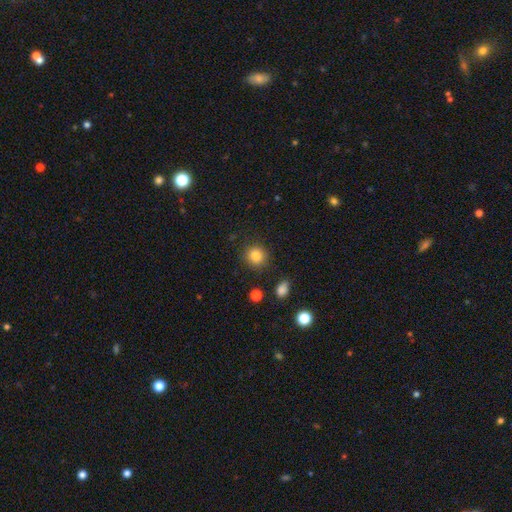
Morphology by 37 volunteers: This is clearly a smooth galaxy (92%). How rounded: likely round (79%). Merging: clearly none (94%).